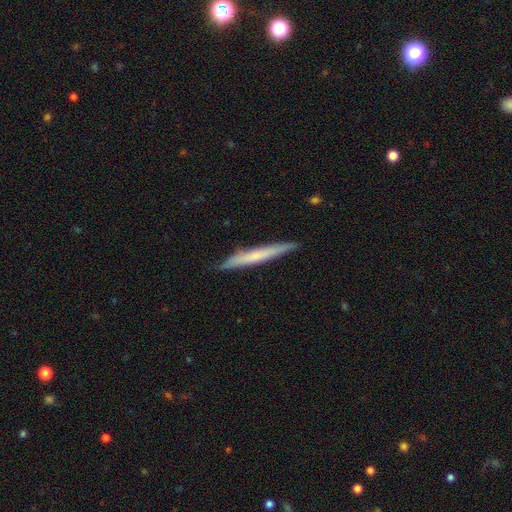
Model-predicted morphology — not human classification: smooth-or-featured: smooth: 54% | featured or disk: 41% | star or artifact: 6%
  how-rounded: cigar-shaped: 96% | in between: 3% | round: 1%
  merging: none: 88% | minor disturbance: 9% | major disturbance: 1% | merger: 1%